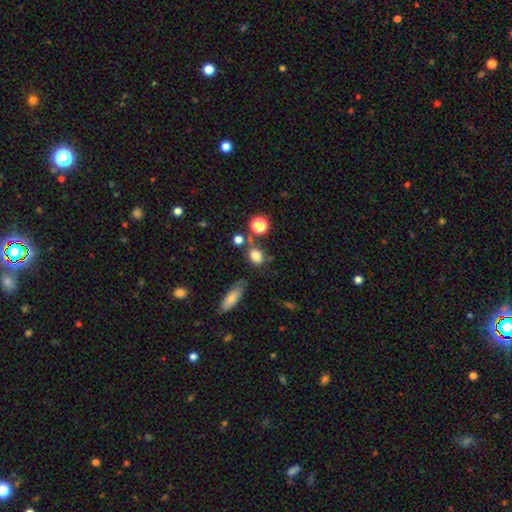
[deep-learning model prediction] A smooth galaxy with no disk features (77%) that is round (53%). Merging: none (58%).